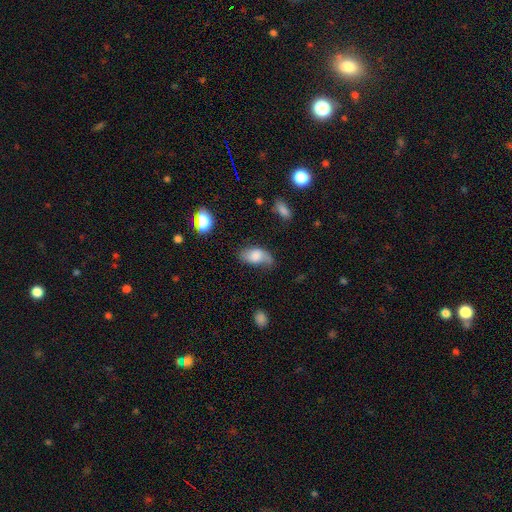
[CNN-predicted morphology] Smooth or featured?
  - smooth: 64% *
  - featured or disk: 27%
  - star or artifact: 9%
How rounded?
  - in between: 92% *
  - round: 5%
  - cigar-shaped: 4%
Merging?
  - none: 48% *
  - minor disturbance: 34%
  - major disturbance: 14%
  - merger: 4%